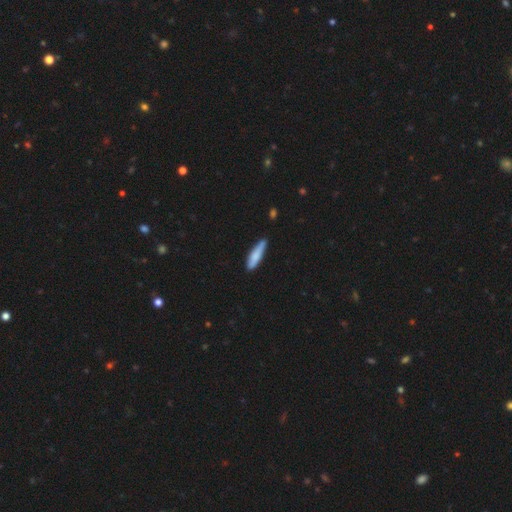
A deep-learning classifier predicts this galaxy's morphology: smooth 78%, featured or disk 17%, star or artifact 5%. Down the decision tree: how rounded — cigar-shaped (78%); merging — none (77%).